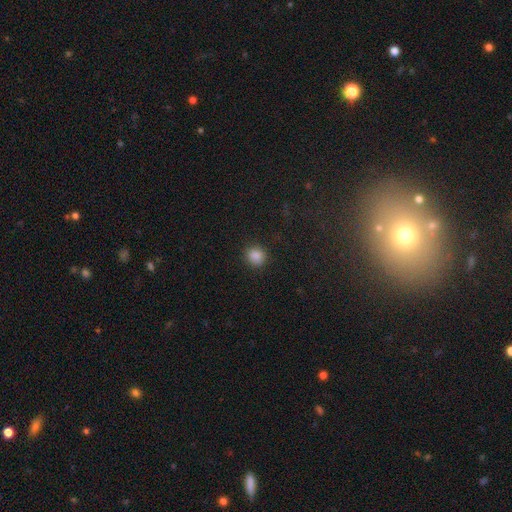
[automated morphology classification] Smooth or featured? smooth (86%)
How rounded? round (84%)
Merging? none (88%)